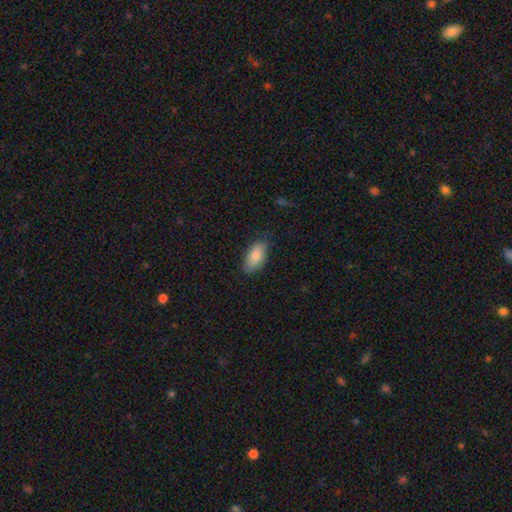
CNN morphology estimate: type=smooth (85%); roundness=in between (91%); merging=none (81%).